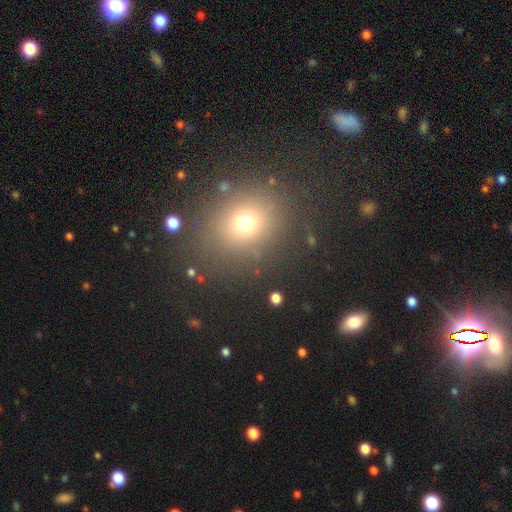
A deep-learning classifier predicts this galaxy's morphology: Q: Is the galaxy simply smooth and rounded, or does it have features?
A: smooth — 65%.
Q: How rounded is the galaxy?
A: round — 73%.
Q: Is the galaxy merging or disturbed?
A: none — 85%.